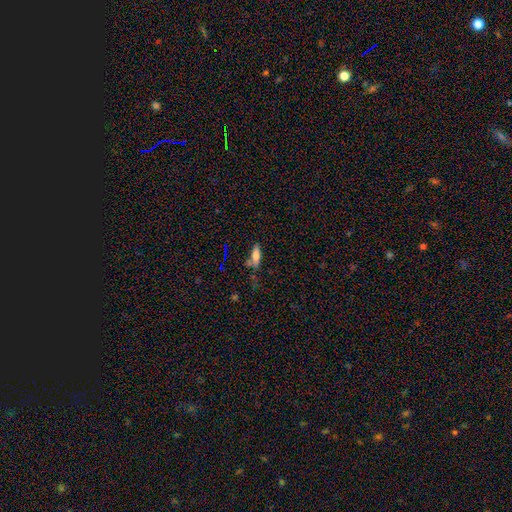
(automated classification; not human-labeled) Morphology: type=smooth (68%); roundness=in between (55%); merging=none (58%).